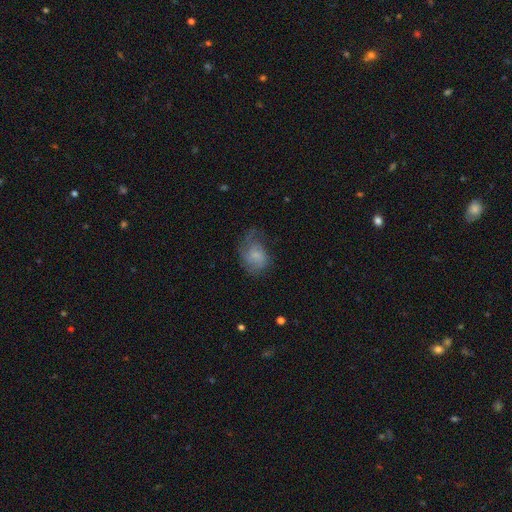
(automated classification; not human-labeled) Smooth or featured: smooth — 58% (featured or disk — 33%)
How rounded: in between — 66% (round — 33%)
Merging: none — 37% (minor disturbance — 31%)